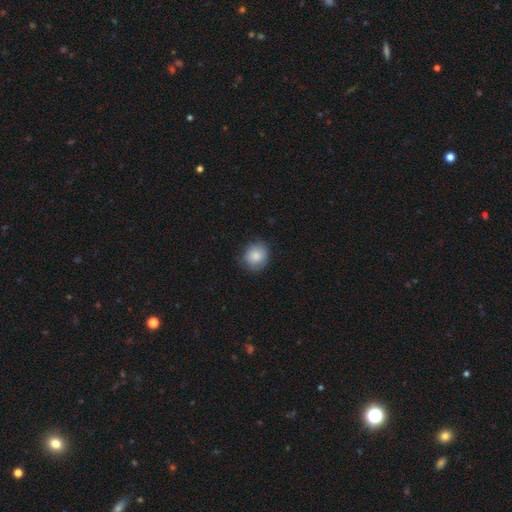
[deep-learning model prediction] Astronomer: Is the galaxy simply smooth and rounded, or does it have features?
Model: smooth — 85%.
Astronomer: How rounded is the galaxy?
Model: round — 84%.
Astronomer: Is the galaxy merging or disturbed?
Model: none — 81%.